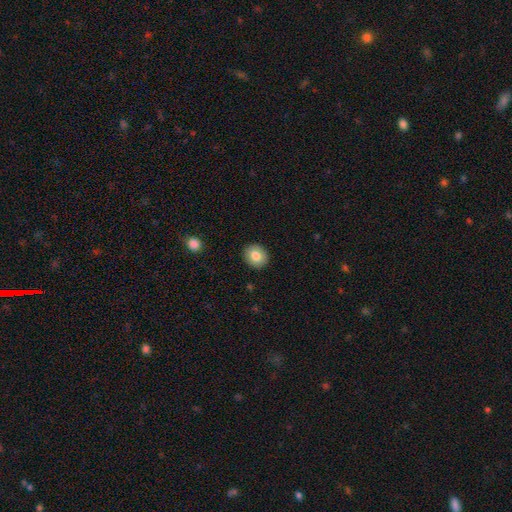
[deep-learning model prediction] Overall: smooth (82%). How rounded: round (79%). Merging: none (91%).